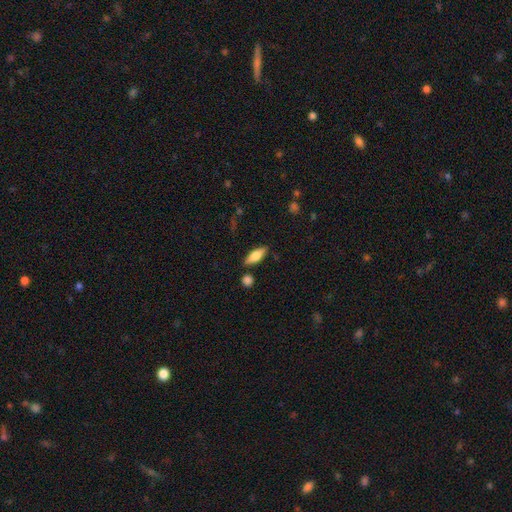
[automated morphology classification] Smooth or featured: smooth — 64% (featured or disk — 29%)
How rounded: in between — 65% (cigar-shaped — 33%)
Merging: none — 83% (minor disturbance — 11%)